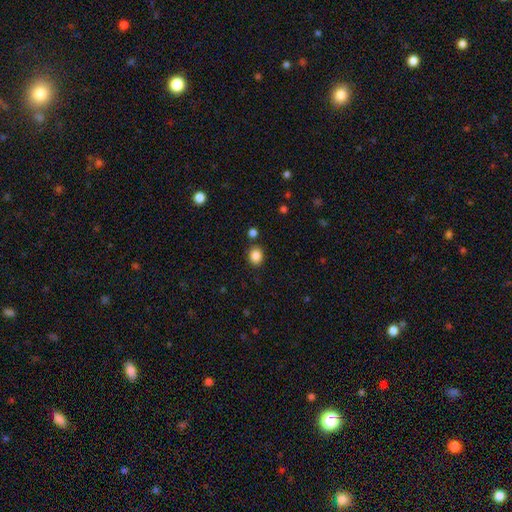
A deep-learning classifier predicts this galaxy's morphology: Smooth or featured?
  - smooth: 86% *
  - star or artifact: 10%
  - featured or disk: 4%
How rounded?
  - round: 64% *
  - in between: 35%
  - cigar-shaped: 1%
Merging?
  - none: 83% *
  - minor disturbance: 9%
  - merger: 5%
  - major disturbance: 3%